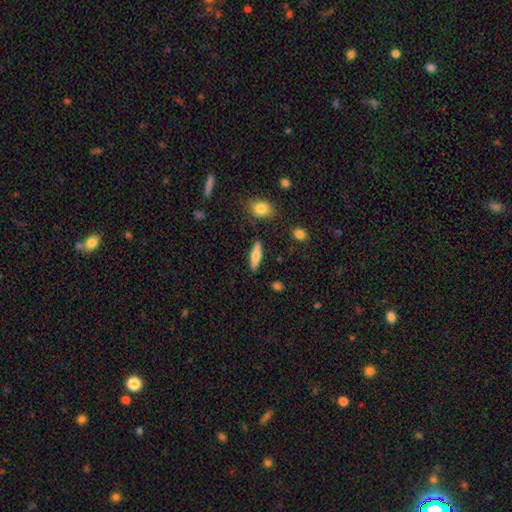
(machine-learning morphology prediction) type=smooth (71%); roundness=cigar-shaped (64%); merging=none (86%).